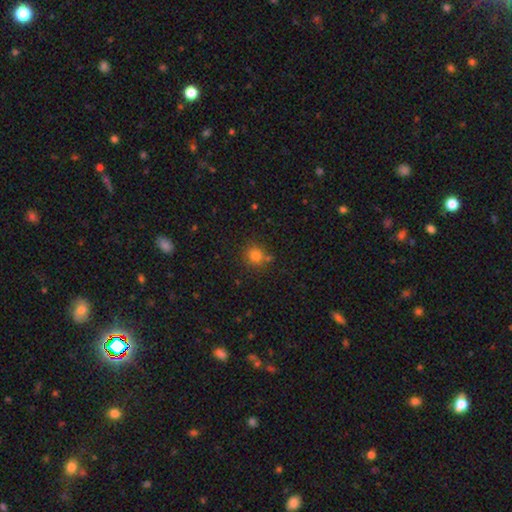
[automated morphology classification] A smooth galaxy with no disk features (79%) that is round (87%). Merging: none (75%).